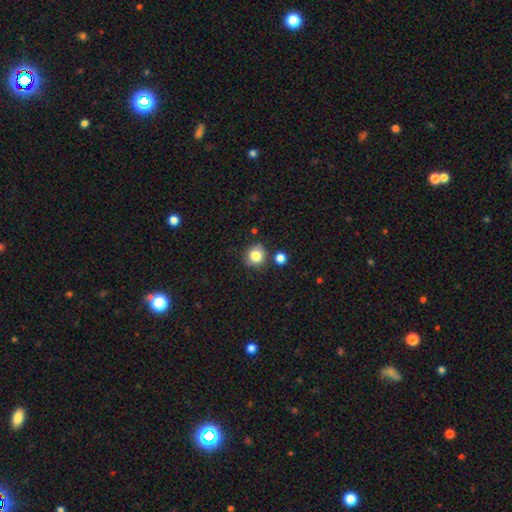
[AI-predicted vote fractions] This appears to be a smooth galaxy with no disk features (82%) that is round (87%). Merging: none (77%).